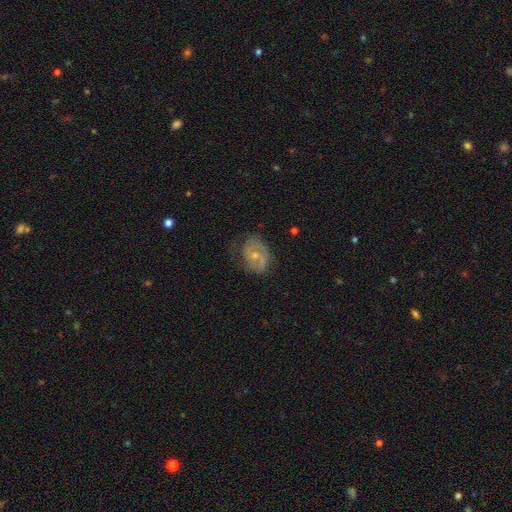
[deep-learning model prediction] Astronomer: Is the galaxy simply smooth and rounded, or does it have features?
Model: featured or disk — 62%.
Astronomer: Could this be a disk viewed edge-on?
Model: no — 97%.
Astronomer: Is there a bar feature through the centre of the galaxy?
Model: no — 69%.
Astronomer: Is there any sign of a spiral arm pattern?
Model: yes — 74%.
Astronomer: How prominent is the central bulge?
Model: small — 50% (runner-up: moderate, 43%).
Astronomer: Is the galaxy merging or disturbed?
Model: none — 58%.